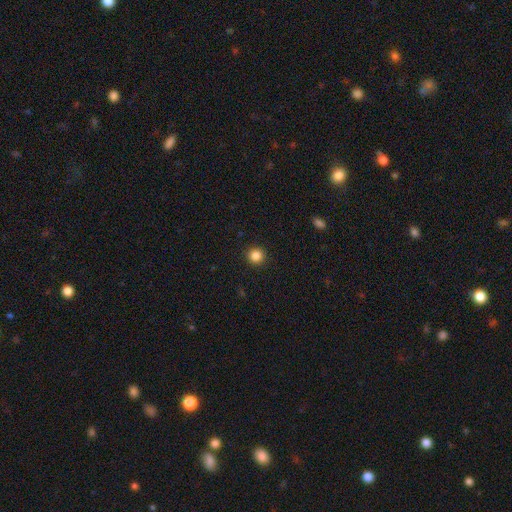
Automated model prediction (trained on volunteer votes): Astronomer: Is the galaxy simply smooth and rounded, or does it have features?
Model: smooth — 85%.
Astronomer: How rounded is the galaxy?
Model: round — 95%.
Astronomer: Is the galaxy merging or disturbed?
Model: none — 93%.